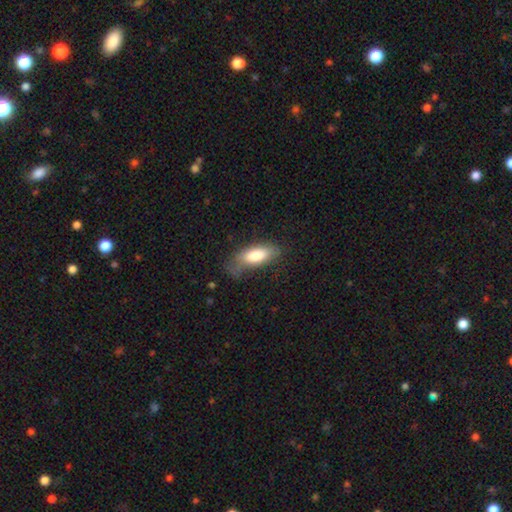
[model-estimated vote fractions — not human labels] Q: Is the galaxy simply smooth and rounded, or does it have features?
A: smooth — 77%.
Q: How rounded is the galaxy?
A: in between — 76%.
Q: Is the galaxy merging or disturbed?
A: none — 54%.